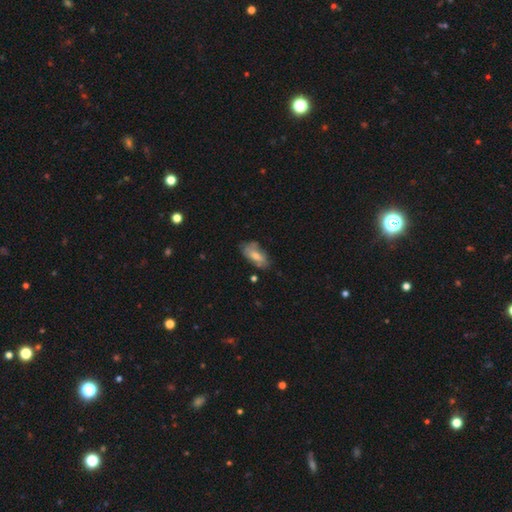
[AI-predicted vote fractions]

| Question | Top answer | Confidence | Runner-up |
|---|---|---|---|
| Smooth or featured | smooth | 58% | featured or disk (35%) |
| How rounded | in between | 89% | cigar-shaped (8%) |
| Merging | none | 58% | minor disturbance (28%) |